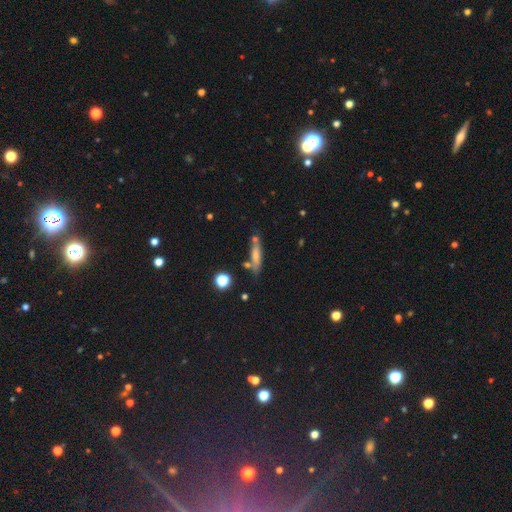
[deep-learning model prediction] A smooth galaxy with no disk features (65%) that is cigar-shaped (76%). Merging: none (68%).